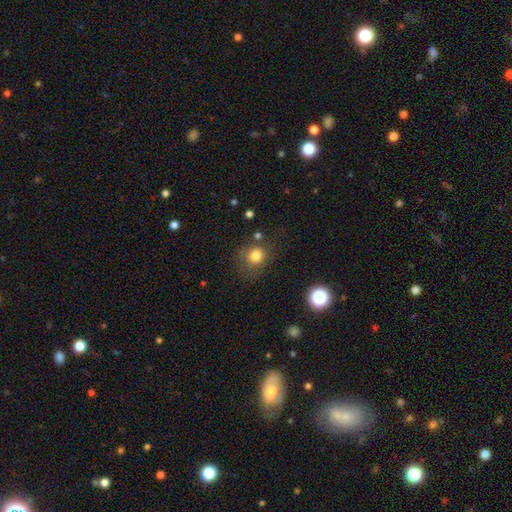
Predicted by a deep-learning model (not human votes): This appears to be a smooth galaxy with no disk features (80%) that is round (81%). Merging: none (72%).